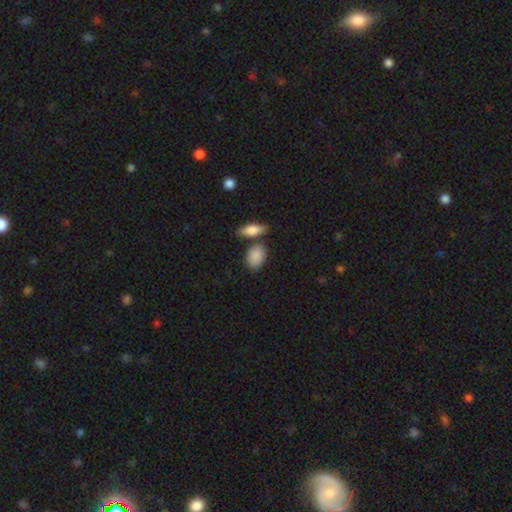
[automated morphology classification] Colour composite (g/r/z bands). It shows a smooth galaxy with no disk features (87%) that is in between round and cigar-shaped (82%). Merging: none (66%).